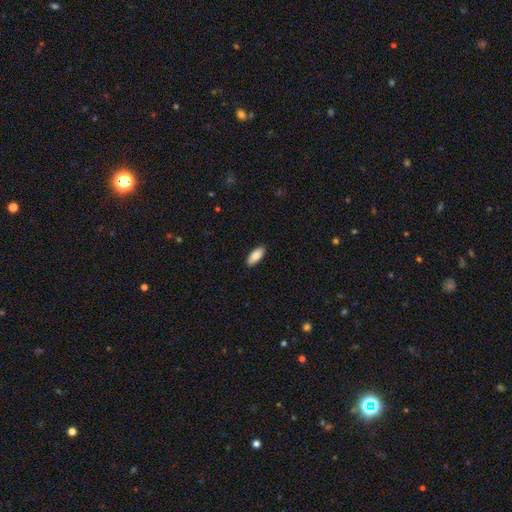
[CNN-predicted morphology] Q: Smooth or featured?
A: smooth (85%); runner-up: featured or disk (9%)
Q: How rounded?
A: in between (83%); runner-up: cigar-shaped (15%)
Q: Merging?
A: none (89%); runner-up: minor disturbance (9%)